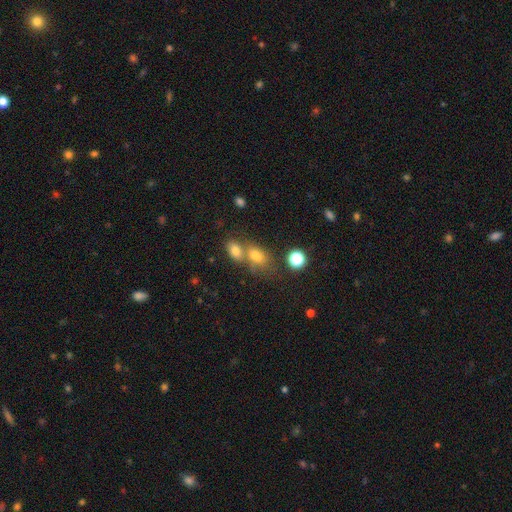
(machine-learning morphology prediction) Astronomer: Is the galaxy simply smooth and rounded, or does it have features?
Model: smooth — 73%.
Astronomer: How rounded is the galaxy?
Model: in between — 69%.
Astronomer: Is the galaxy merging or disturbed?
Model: merger — 50% (runner-up: none, 36%).